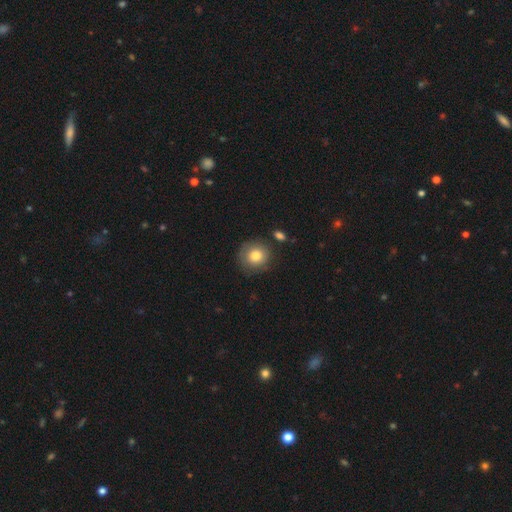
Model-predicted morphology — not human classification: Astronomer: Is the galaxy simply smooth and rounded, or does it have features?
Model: smooth — 80%.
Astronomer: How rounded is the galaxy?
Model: round — 89%.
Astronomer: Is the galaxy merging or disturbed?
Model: none — 79%.